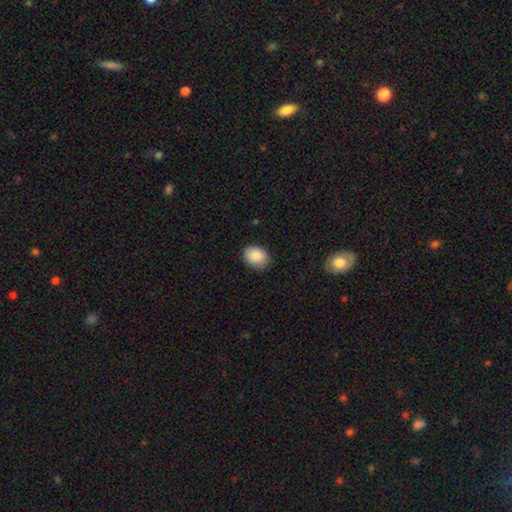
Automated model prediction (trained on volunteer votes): This is clearly a smooth galaxy (89%). How rounded: likely in between (73%). Merging: clearly none (85%).